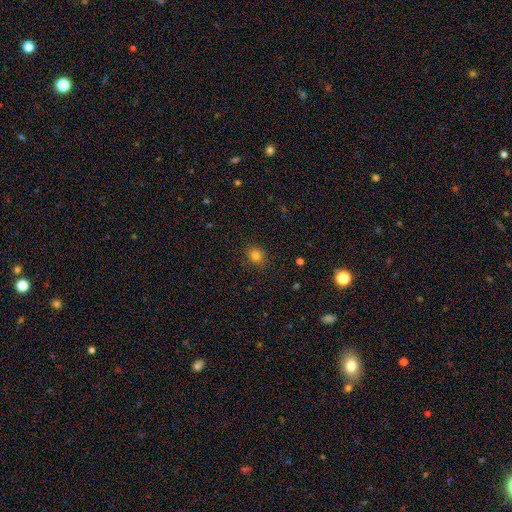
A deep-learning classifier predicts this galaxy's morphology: This is clearly a smooth galaxy (80%). How rounded: likely round (73%). Merging: clearly none (85%).